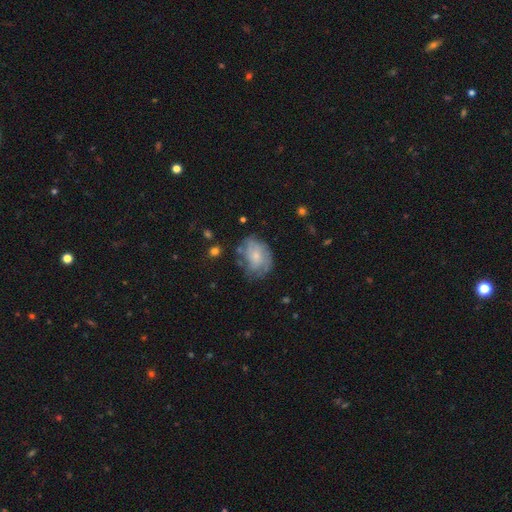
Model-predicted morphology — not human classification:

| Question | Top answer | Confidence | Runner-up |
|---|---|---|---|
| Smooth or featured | featured or disk | 47% | smooth (45%) |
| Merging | none | 53% | minor disturbance (28%) |